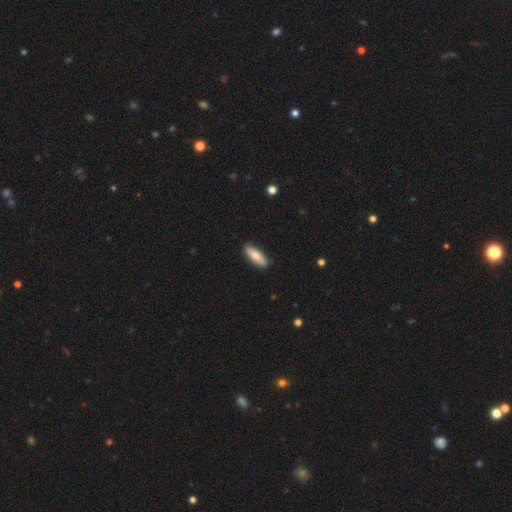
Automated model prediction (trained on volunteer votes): Morphology: type=smooth (72%); roundness=in between (53%); merging=none (89%).